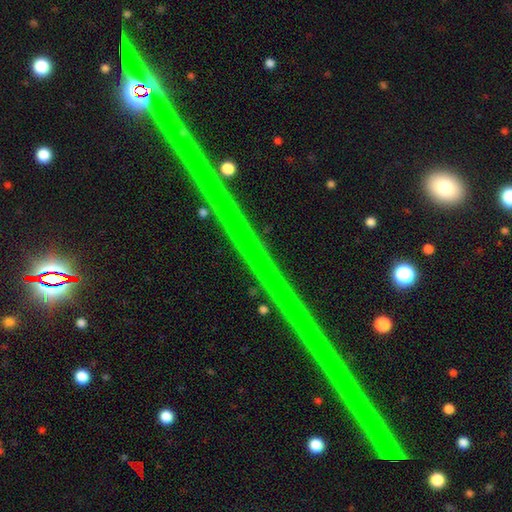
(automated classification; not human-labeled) Smooth or featured: star or artifact — 81% (featured or disk — 11%)